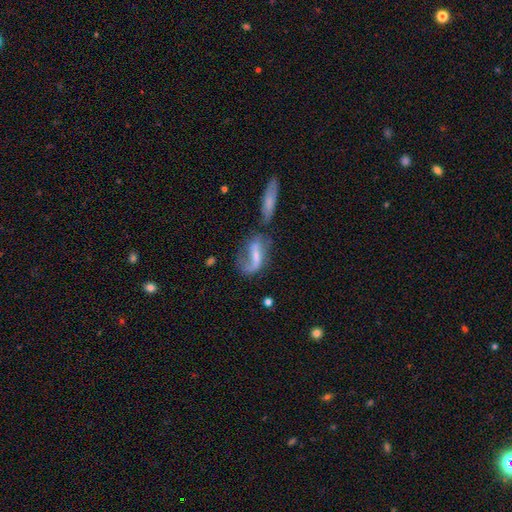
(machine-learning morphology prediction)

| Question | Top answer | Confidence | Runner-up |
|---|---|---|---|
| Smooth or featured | featured or disk | 63% | smooth (29%) |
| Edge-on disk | no | 92% | yes (8%) |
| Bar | weak | 39% | no (34%) |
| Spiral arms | yes | 78% | no (22%) |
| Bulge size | small | 39% | none (28%) |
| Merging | major disturbance | 31% | none (29%) |